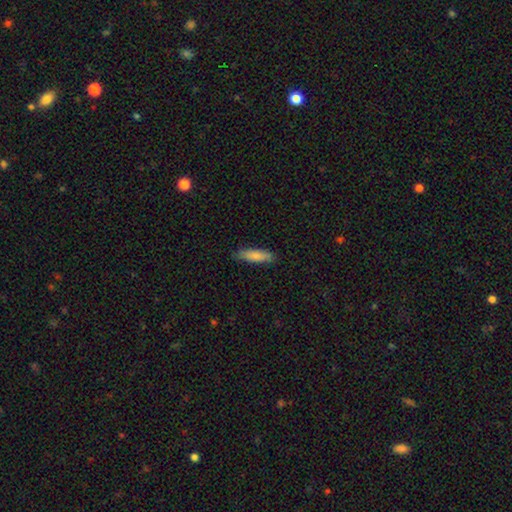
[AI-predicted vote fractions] This appears to be a smooth galaxy with no disk features (83%) that is cigar-shaped (67%). Merging: none (81%).